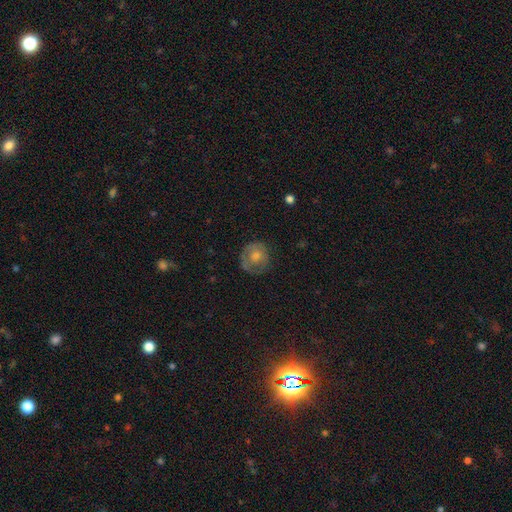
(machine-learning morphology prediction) Smooth or featured? Predicted: smooth (p=0.59). How rounded? Predicted: round (p=0.84). Merging? Predicted: none (p=0.64).